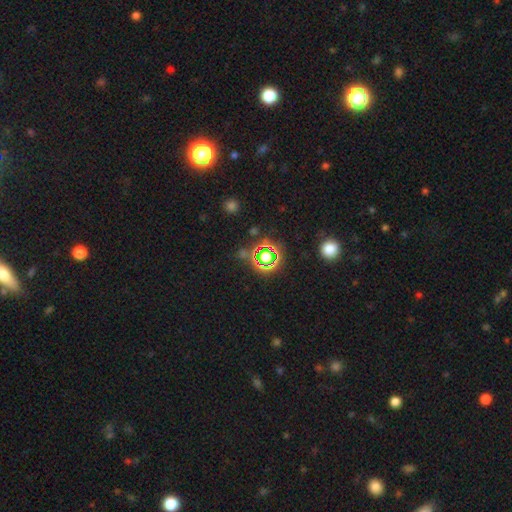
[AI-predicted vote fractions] This appears to be a star or artifact, not a galaxy (74%).